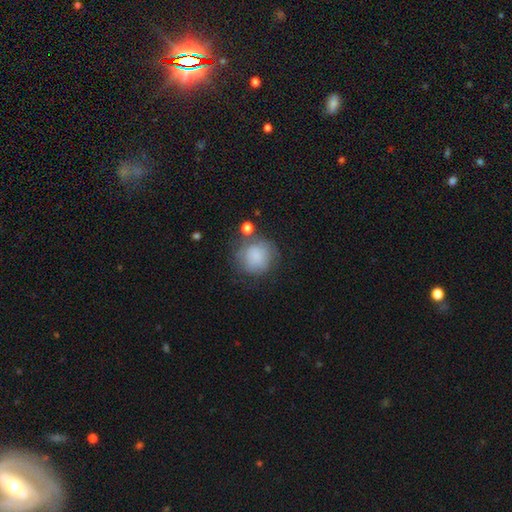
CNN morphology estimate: A smooth galaxy with no disk features (75%) that is round (88%).

Vote fractions:
- Smooth or featured? smooth: 75% / featured or disk: 16% / star or artifact: 9%
- How rounded? round: 88% / in between: 12% / cigar-shaped: 1%
- Merging? none: 55% / minor disturbance: 23% / major disturbance: 14% / merger: 8%